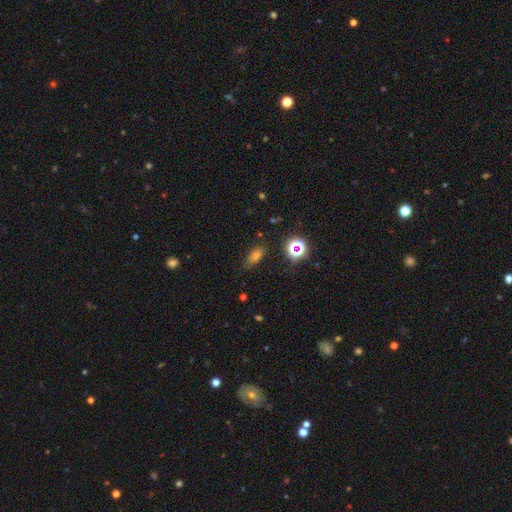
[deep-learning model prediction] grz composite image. It shows a smooth galaxy with no disk features (65%) that is in between round and cigar-shaped (76%). Merging: none (80%).